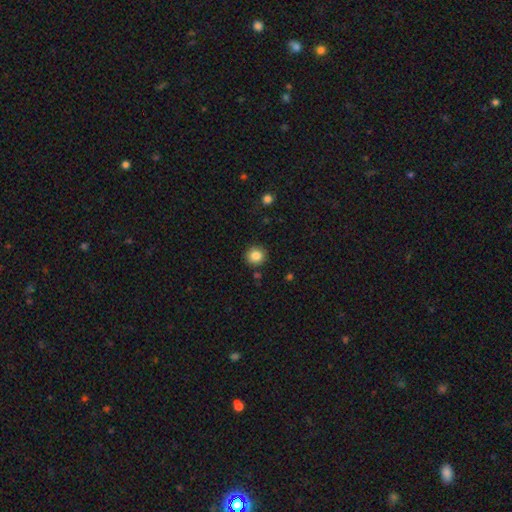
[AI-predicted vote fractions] smooth_or_featured: smooth (p=0.85) [alt: star or artifact p=0.10]
how_rounded: round (p=0.92) [alt: in between p=0.08]
merging: none (p=0.88) [alt: minor disturbance p=0.07]